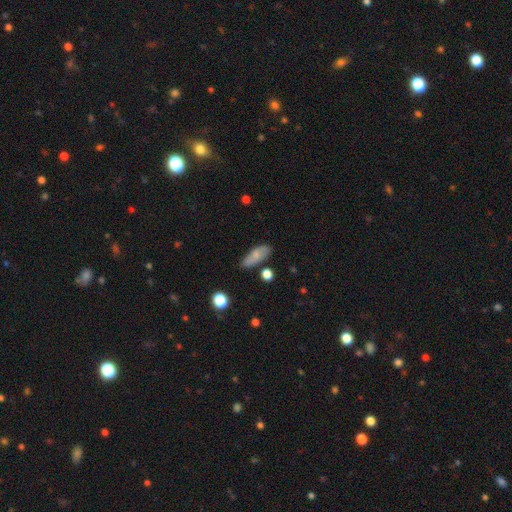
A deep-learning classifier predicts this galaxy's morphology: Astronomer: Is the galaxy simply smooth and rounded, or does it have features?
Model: smooth — 75%.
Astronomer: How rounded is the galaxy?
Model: in between — 71%.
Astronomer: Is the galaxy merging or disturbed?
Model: none — 69%.